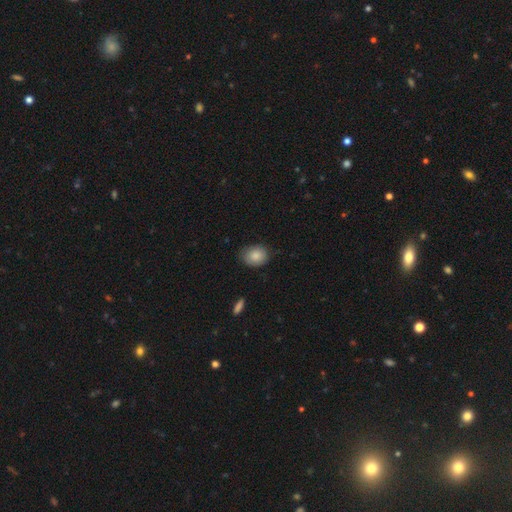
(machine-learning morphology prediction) Smooth or featured? Predicted: smooth (p=0.86). How rounded? Predicted: in between (p=0.56). Merging? Predicted: none (p=0.76).